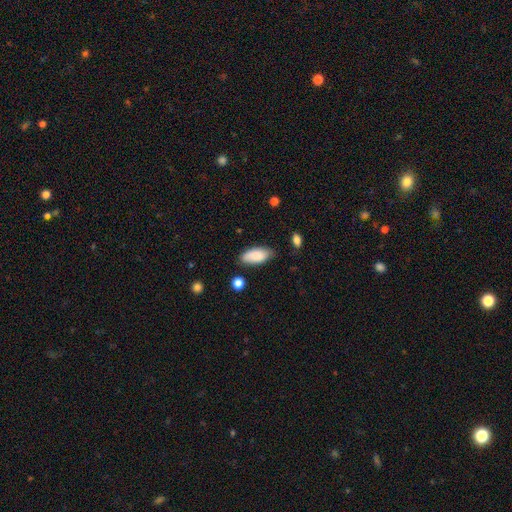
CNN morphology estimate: A smooth galaxy with no disk features (88%) that is in between round and cigar-shaped (91%).

Vote fractions:
- Smooth or featured? smooth: 88% / star or artifact: 7% / featured or disk: 5%
- How rounded? in between: 91% / cigar-shaped: 8% / round: 2%
- Merging? none: 74% / minor disturbance: 19% / major disturbance: 4% / merger: 2%